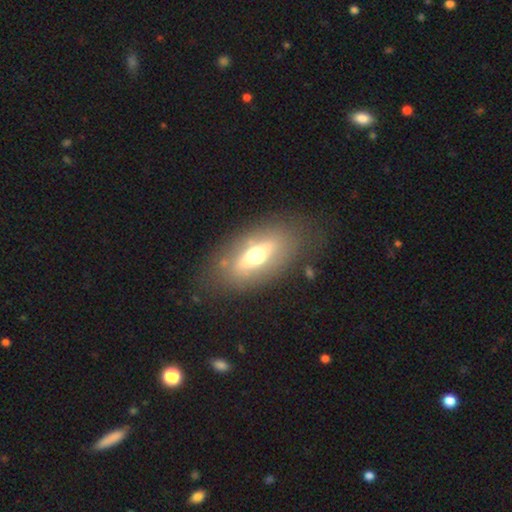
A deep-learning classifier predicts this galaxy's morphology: The model was most divided on "smooth or featured": smooth: 46%, featured or disk: 43%, star or artifact: 11%. More confident: merging — none (79%).